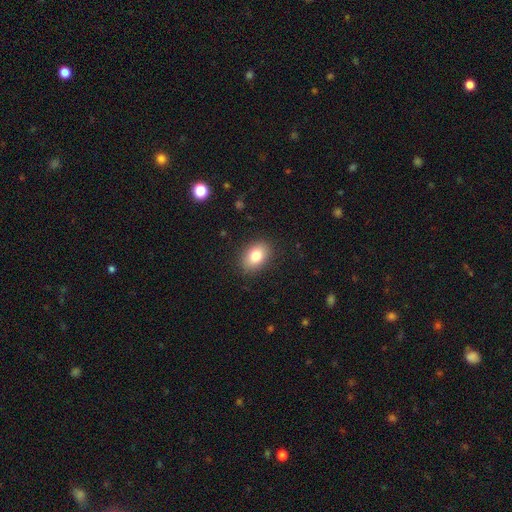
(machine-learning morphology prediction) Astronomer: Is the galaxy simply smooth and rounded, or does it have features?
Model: smooth — 82%.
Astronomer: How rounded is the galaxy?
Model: in between — 78%.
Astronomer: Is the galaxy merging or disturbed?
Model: none — 88%.